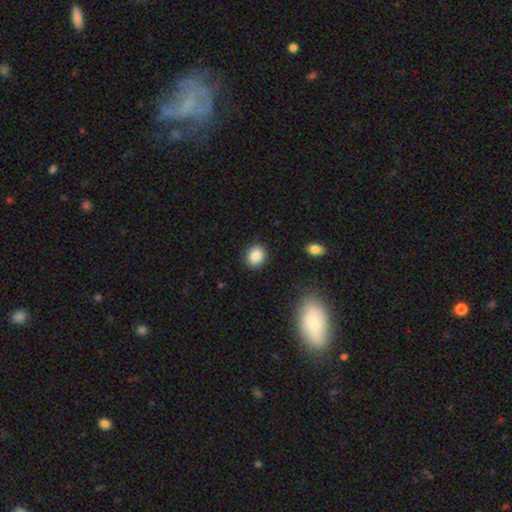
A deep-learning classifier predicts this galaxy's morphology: Smooth or featured? smooth (87%)
How rounded? round (62%)
Merging? none (89%)